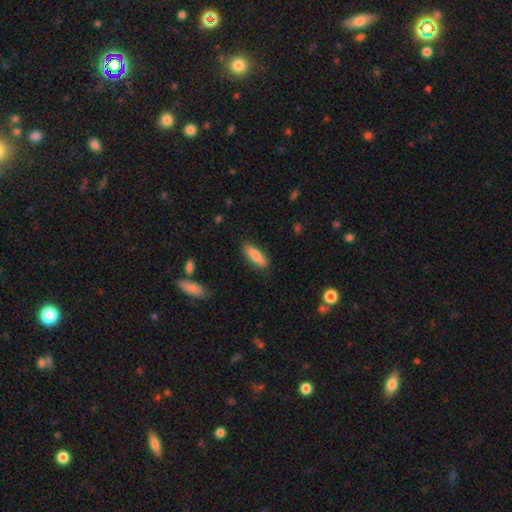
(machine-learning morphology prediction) Smooth or featured?
  - smooth: 72% *
  - featured or disk: 22%
  - star or artifact: 6%
How rounded?
  - in between: 51% *
  - cigar-shaped: 47%
  - round: 2%
Merging?
  - none: 84% *
  - minor disturbance: 12%
  - major disturbance: 2%
  - merger: 2%